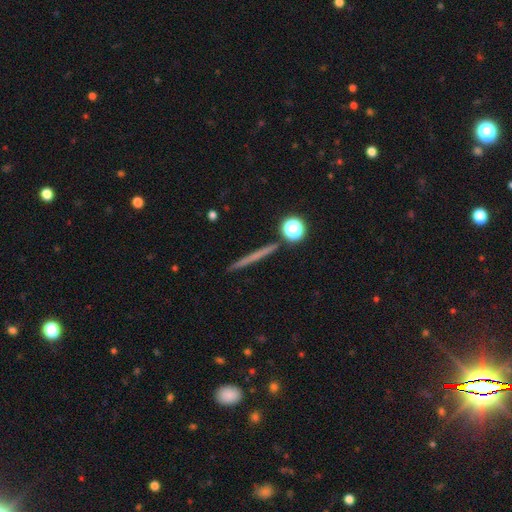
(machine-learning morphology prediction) A smooth galaxy with no disk features (47%). Merging: none (90%).